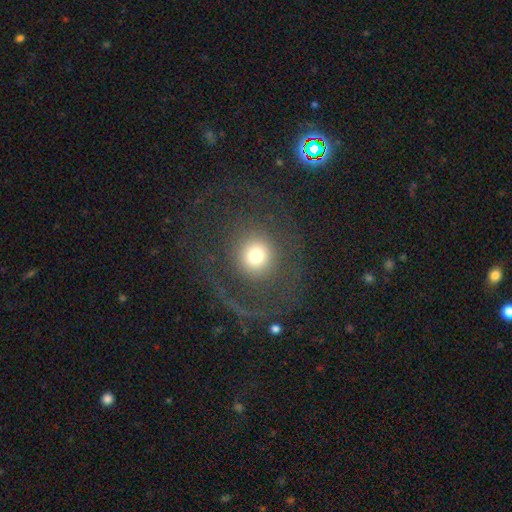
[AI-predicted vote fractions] The model was most divided on "smooth or featured": smooth: 60%, featured or disk: 25%, star or artifact: 15%. More confident: how rounded — round (91%); merging — none (65%).